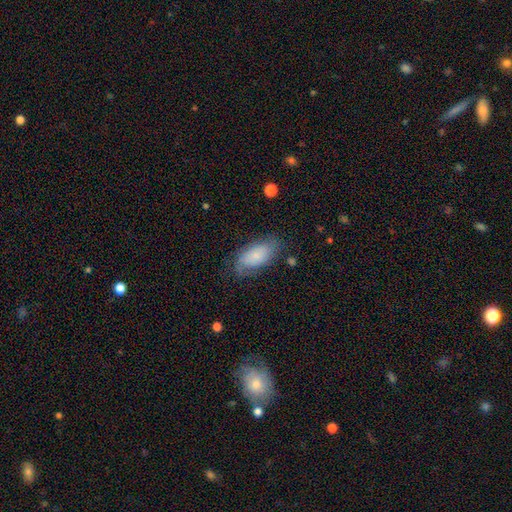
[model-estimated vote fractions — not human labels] Smooth or featured: smooth — 67% (featured or disk — 26%)
How rounded: in between — 92% (cigar-shaped — 5%)
Merging: none — 63% (minor disturbance — 25%)